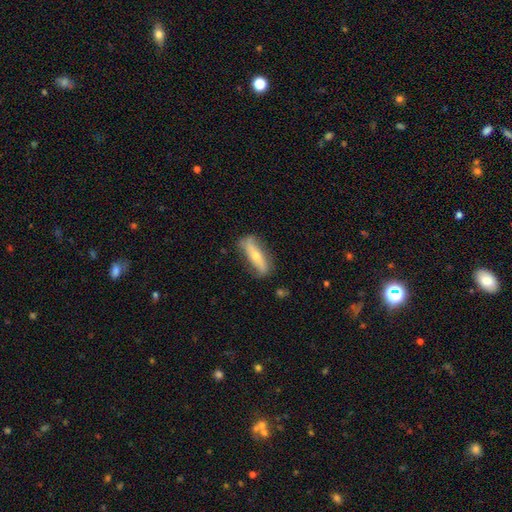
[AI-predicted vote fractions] smooth-or-featured: featured or disk: 51% | smooth: 43% | star or artifact: 6%
  disk-edge-on: yes: 61% | no: 39%
  merging: none: 74% | minor disturbance: 19% | major disturbance: 5% | merger: 2%